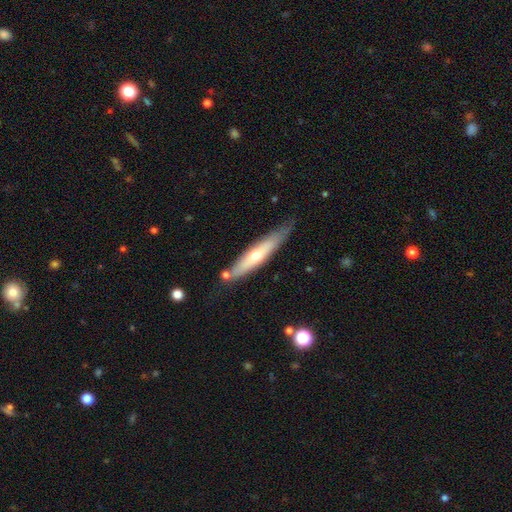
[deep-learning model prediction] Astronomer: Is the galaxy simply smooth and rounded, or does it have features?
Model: featured or disk — 48% (runner-up: smooth, 46%).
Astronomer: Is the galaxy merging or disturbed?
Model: none — 73%.